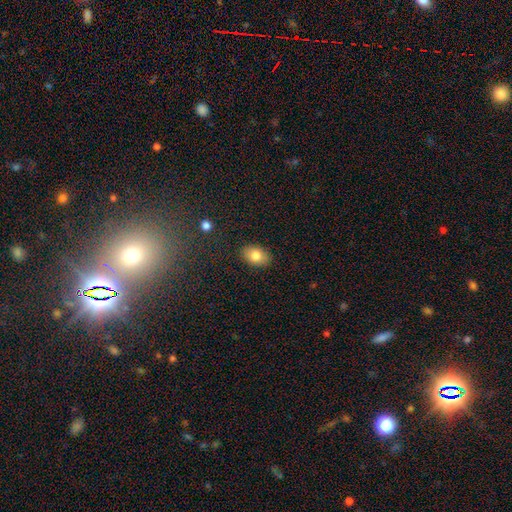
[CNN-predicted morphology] This appears to be a smooth galaxy with no disk features (81%) that is in between round and cigar-shaped (84%). Merging: none (87%).